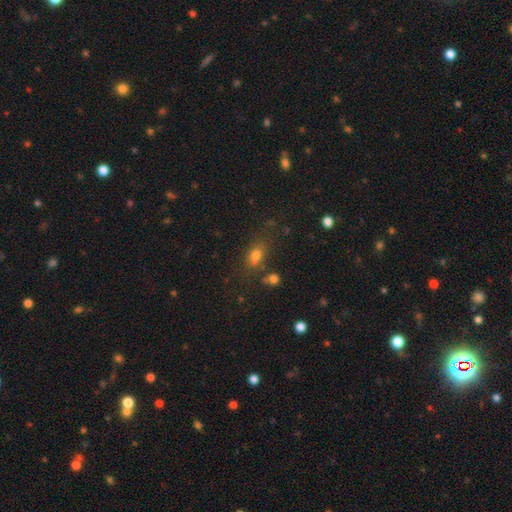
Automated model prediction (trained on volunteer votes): Q: Smooth or featured?
A: smooth (70%); runner-up: star or artifact (19%)
Q: How rounded?
A: in between (69%); runner-up: round (25%)
Q: Merging?
A: none (62%); runner-up: minor disturbance (17%)